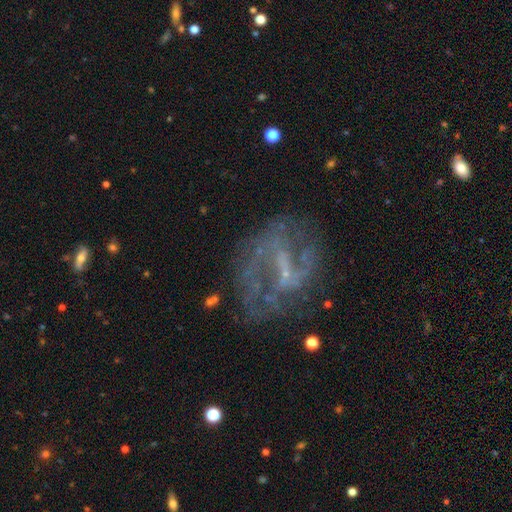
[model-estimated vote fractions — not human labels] Morphology: type=featured or disk (73%); edge-on=no (96%); bar=weak (42%); spiral arms=yes (77%); winding=medium (40%); arm count=2 (60%); bulge=none (44%); merging=none (60%).